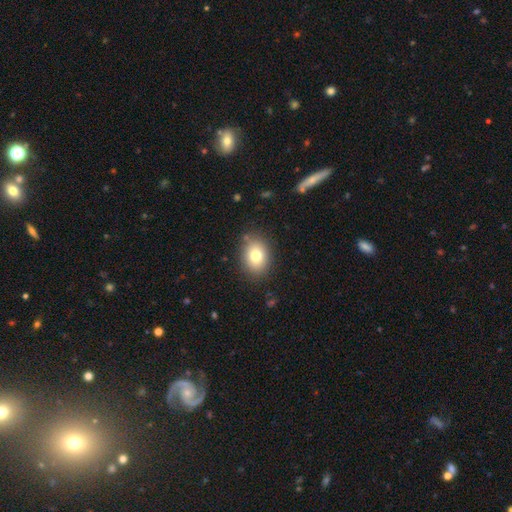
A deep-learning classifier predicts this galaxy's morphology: A smooth galaxy with no disk features (78%) that is in between round and cigar-shaped (66%).

Vote fractions:
- Smooth or featured? smooth: 78% / featured or disk: 12% / star or artifact: 10%
- How rounded? in between: 66% / round: 33% / cigar-shaped: 1%
- Merging? none: 84% / minor disturbance: 11% / major disturbance: 3% / merger: 2%